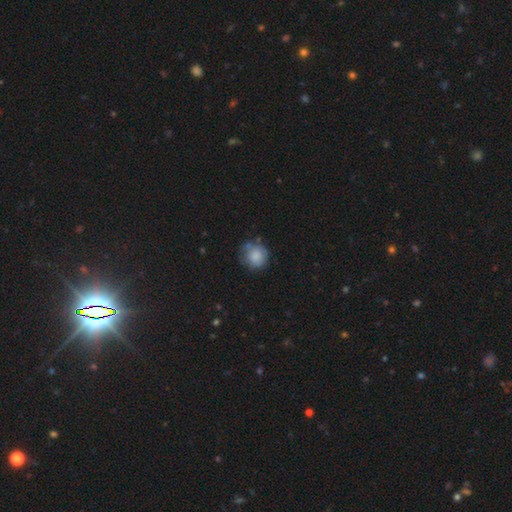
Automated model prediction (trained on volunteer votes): This is clearly a smooth galaxy (80%). How rounded: clearly round (89%). Merging: likely none (64%).